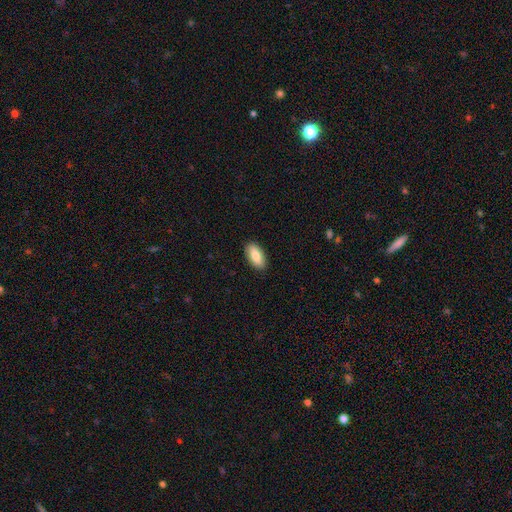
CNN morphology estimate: A smooth galaxy with no disk features (83%) that is in between round and cigar-shaped (92%).

Vote fractions:
- Smooth or featured? smooth: 83% / featured or disk: 11% / star or artifact: 6%
- How rounded? in between: 92% / cigar-shaped: 6% / round: 2%
- Merging? none: 90% / minor disturbance: 7% / major disturbance: 2% / merger: 1%